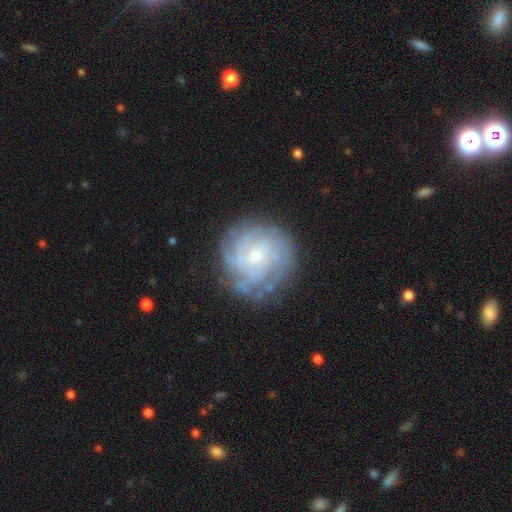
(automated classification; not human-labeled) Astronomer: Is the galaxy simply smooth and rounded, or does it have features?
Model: featured or disk — 80%.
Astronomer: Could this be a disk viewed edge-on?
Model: no — 98%.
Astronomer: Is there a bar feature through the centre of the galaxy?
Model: no — 74%.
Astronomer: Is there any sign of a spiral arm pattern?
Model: yes — 94%.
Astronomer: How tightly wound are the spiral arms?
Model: tight — 72%.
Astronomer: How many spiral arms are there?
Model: can't tell — 36% (runner-up: 4, 23%).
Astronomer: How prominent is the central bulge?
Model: small — 61%.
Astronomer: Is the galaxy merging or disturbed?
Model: none — 80%.